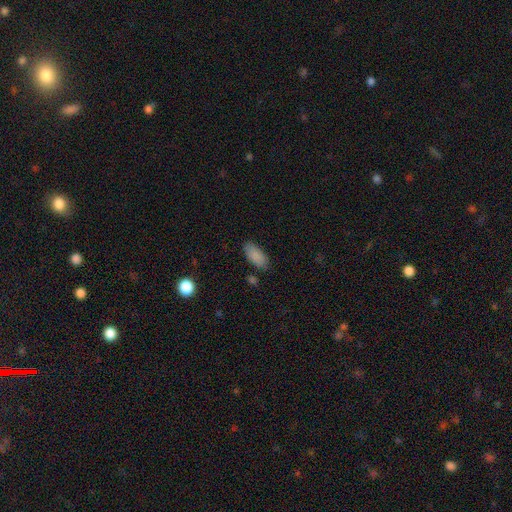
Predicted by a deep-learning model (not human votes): smooth_or_featured: smooth (p=0.87) [alt: star or artifact p=0.07]
how_rounded: in between (p=0.90) [alt: cigar-shaped p=0.08]
merging: none (p=0.80) [alt: minor disturbance p=0.14]